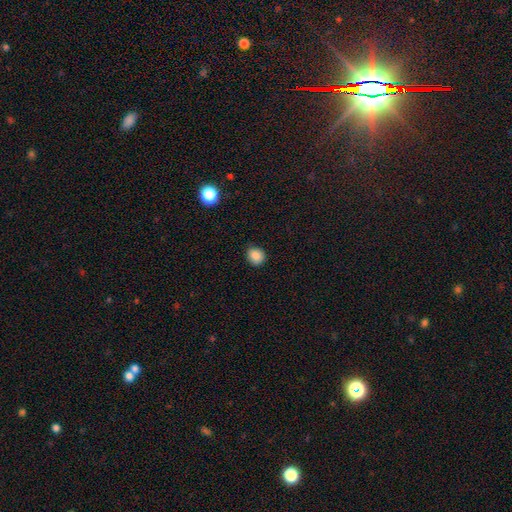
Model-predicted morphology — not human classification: smooth 87%, star or artifact 10%, featured or disk 3%. Down the decision tree: how rounded — round (73%); merging — none (84%).